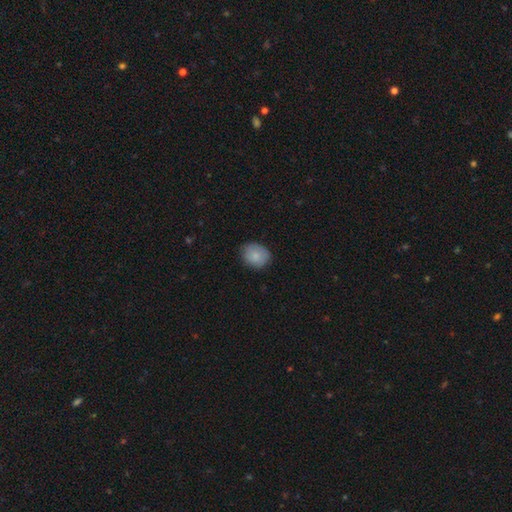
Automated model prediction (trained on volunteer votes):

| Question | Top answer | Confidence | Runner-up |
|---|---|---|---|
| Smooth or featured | smooth | 84% | featured or disk (9%) |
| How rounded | round | 56% | in between (44%) |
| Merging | none | 81% | minor disturbance (15%) |